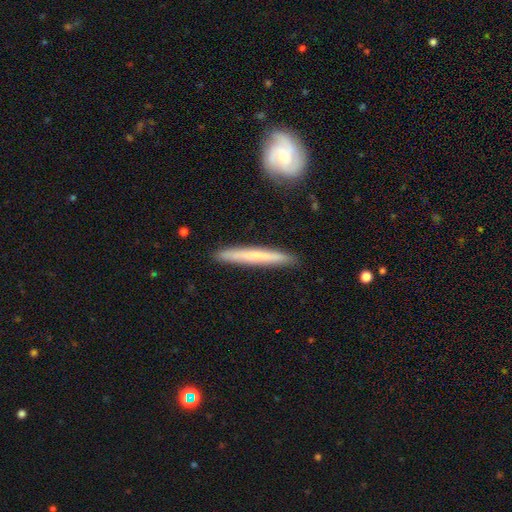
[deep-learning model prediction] smooth 54%, featured or disk 40%, star or artifact 5%. Down the decision tree: how rounded — cigar-shaped (96%); merging — none (90%).